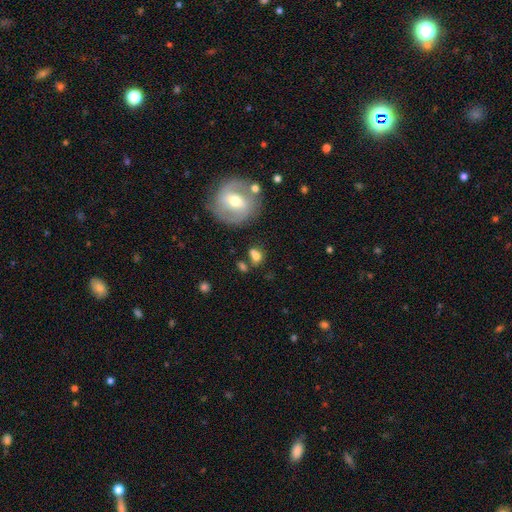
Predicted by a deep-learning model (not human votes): Smooth or featured?
  - smooth: 69% *
  - featured or disk: 19%
  - star or artifact: 12%
How rounded?
  - in between: 52% *
  - round: 45%
  - cigar-shaped: 3%
Merging?
  - none: 53% *
  - merger: 25%
  - minor disturbance: 15%
  - major disturbance: 8%